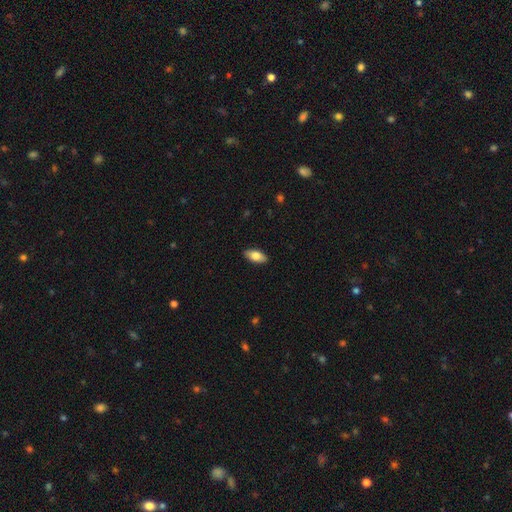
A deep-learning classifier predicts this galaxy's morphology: Smooth or featured? Predicted: smooth (p=0.78). How rounded? Predicted: in between (p=0.89). Merging? Predicted: none (p=0.89).